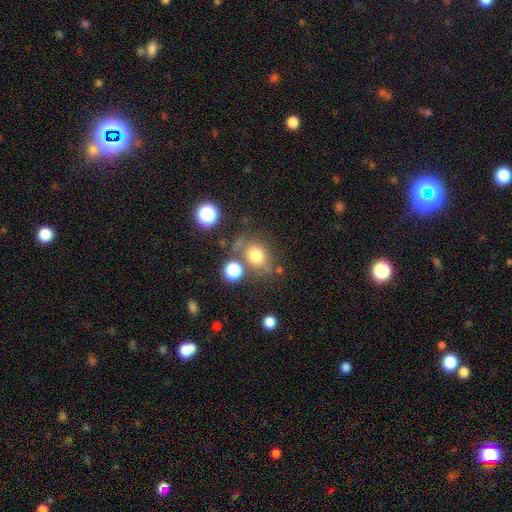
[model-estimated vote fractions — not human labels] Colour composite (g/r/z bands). It shows a smooth galaxy with no disk features (74%) that is round (63%). Merging: none (62%).